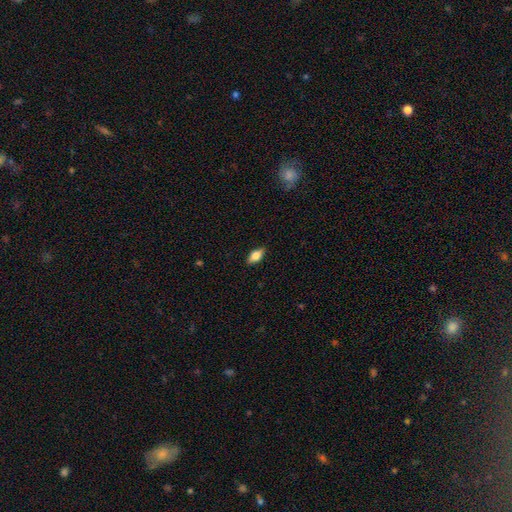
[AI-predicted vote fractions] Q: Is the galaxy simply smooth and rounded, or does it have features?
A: smooth — 73%.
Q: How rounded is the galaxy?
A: in between — 86%.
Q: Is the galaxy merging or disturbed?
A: none — 87%.